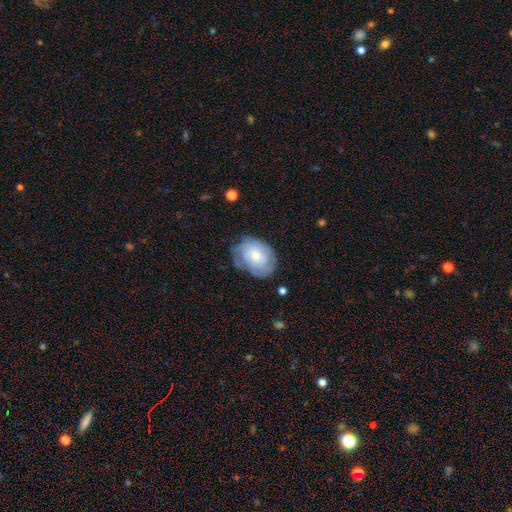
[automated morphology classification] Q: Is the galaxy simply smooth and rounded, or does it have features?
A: featured or disk — 57%.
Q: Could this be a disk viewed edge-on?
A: no — 96%.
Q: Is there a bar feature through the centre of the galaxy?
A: no — 79%.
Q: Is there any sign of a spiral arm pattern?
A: yes — 80%.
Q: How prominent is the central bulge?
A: moderate — 50%.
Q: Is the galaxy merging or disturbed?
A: none — 69%.